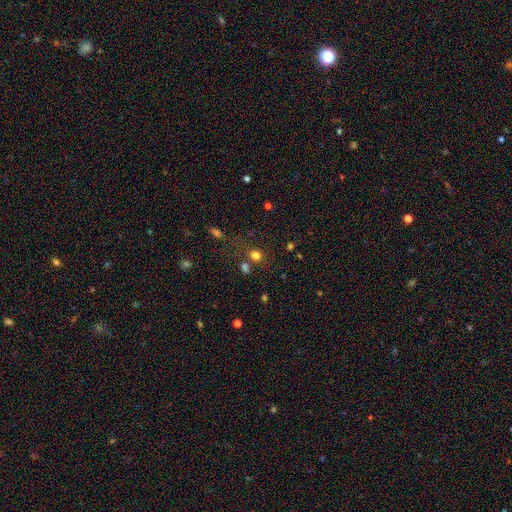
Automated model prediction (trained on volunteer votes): Smooth or featured? smooth (74%)
How rounded? round (80%)
Merging? none (68%)